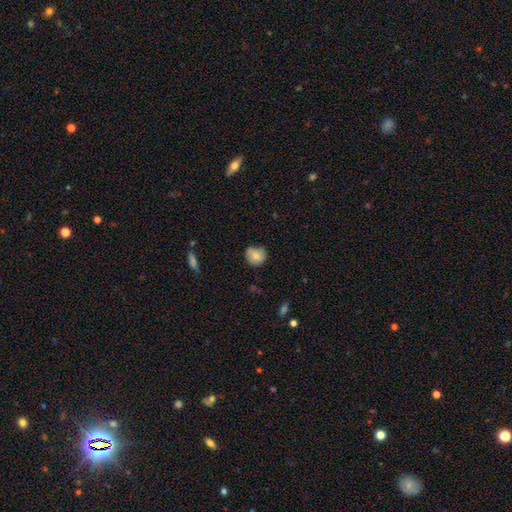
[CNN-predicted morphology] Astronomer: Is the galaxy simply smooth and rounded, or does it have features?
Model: smooth — 77%.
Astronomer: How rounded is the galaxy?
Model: round — 80%.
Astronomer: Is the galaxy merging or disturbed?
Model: none — 67%.